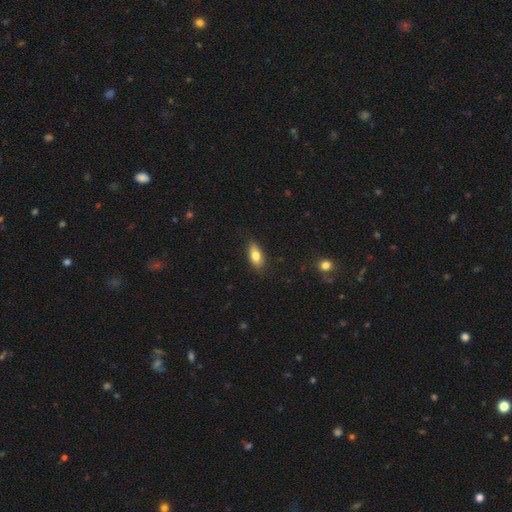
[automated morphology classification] smooth_or_featured: smooth (p=0.76) [alt: featured or disk p=0.17]
how_rounded: in between (p=0.83) [alt: cigar-shaped p=0.13]
merging: none (p=0.83) [alt: minor disturbance p=0.13]